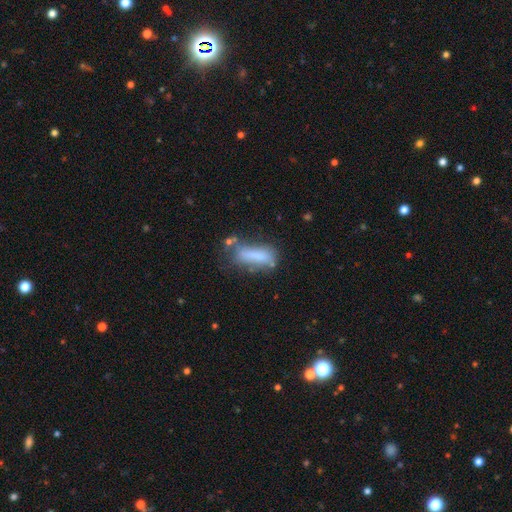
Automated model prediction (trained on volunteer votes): The model was most divided on "merging": none: 42%, minor disturbance: 27%, major disturbance: 18%, merger: 13%. More confident: smooth or featured — smooth (68%); how rounded — in between (58%).